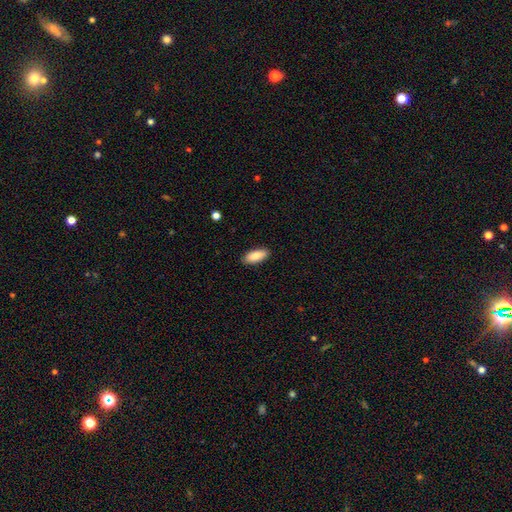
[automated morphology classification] This is clearly a smooth galaxy (86%). How rounded: clearly in between (85%). Merging: clearly none (89%).